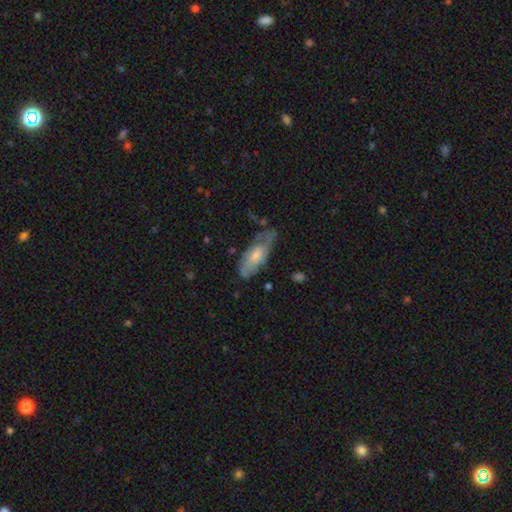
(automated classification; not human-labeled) The model was most divided on "smooth or featured": featured or disk: 49%, smooth: 44%, star or artifact: 7%. More confident: merging — none (56%).